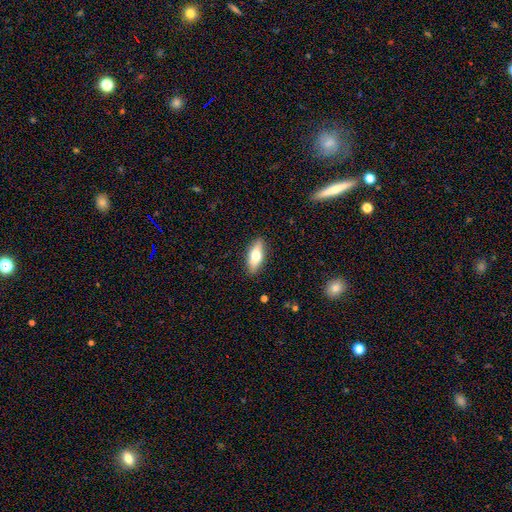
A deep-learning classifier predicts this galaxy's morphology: Overall: smooth (65%; featured or disk 28%). How rounded: in between (71%). Merging: none (87%).